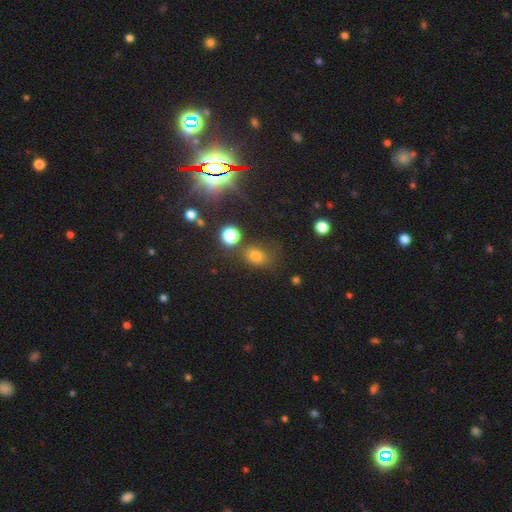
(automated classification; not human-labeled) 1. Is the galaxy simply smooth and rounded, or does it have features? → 67% smooth, 25% star or artifact, 8% featured or disk.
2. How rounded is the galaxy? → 59% in between, 39% round, 2% cigar-shaped.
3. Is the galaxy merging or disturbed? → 61% none, 19% minor disturbance, 11% major disturbance, 8% merger.